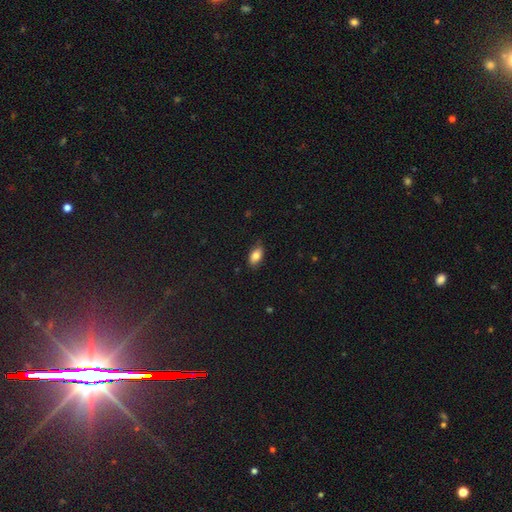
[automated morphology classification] smooth 83%, featured or disk 10%, star or artifact 8%. Down the decision tree: how rounded — in between (91%); merging — none (80%).